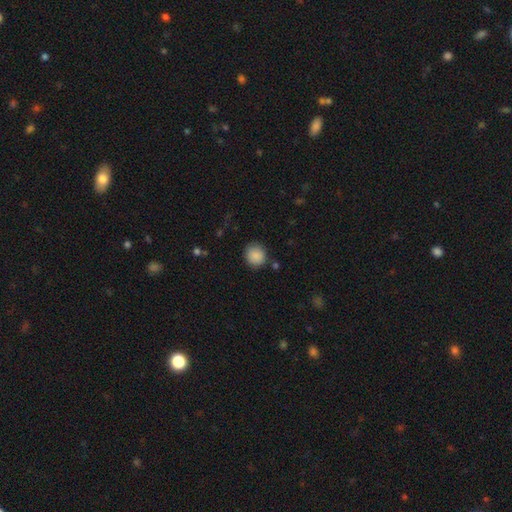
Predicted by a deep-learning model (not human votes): Morphology: type=smooth (88%); roundness=round (85%); merging=none (84%).